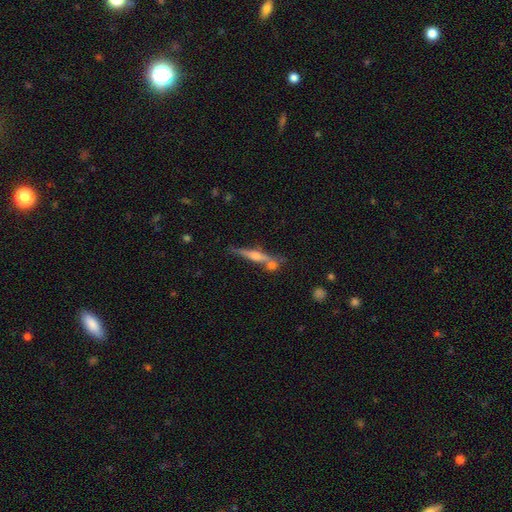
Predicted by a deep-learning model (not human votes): A featured or disk galaxy (69%) viewed edge-on (96%) with a rounded central bulge (85%).

Vote fractions:
- Smooth or featured? featured or disk: 69% / smooth: 23% / star or artifact: 8%
- Edge-on disk? yes: 96% / no: 4%
- Edge-on bulge? rounded: 85% / boxy: 8% / none: 7%
- Merging? none: 68% / merger: 17% / minor disturbance: 12% / major disturbance: 3%